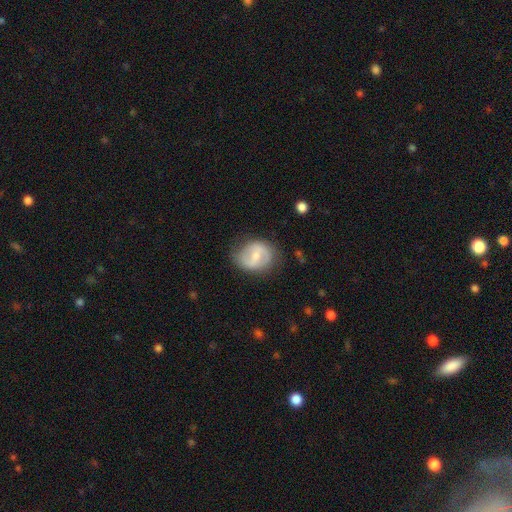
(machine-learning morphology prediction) Smooth or featured? featured or disk (51%)
Edge-on disk? no (96%)
Merging? none (71%)